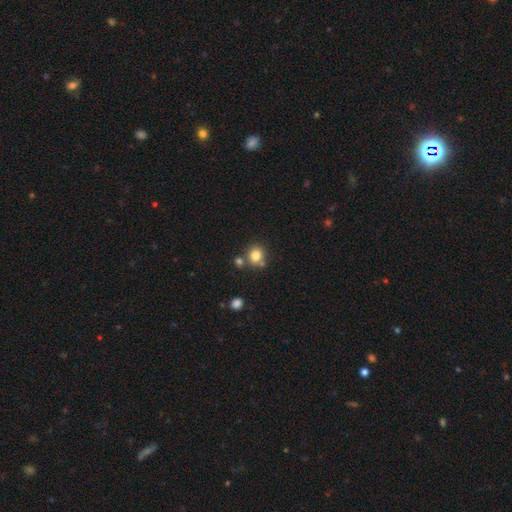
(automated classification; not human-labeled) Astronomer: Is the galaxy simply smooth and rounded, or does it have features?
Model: smooth — 80%.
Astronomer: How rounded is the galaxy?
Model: round — 83%.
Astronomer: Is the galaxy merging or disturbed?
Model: none — 69%.